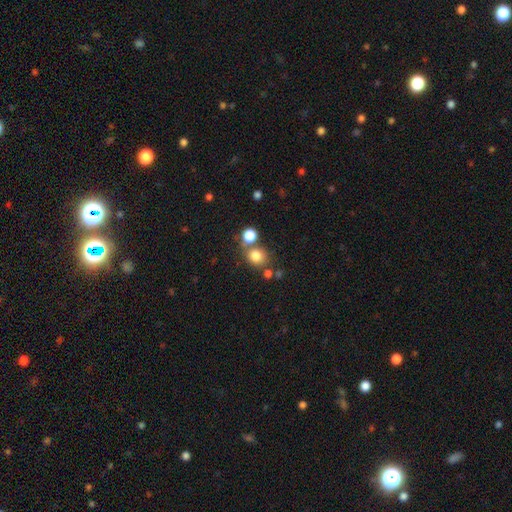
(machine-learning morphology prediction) This is likely a smooth galaxy (79%). How rounded: likely round (77%). Merging: likely none (62%).